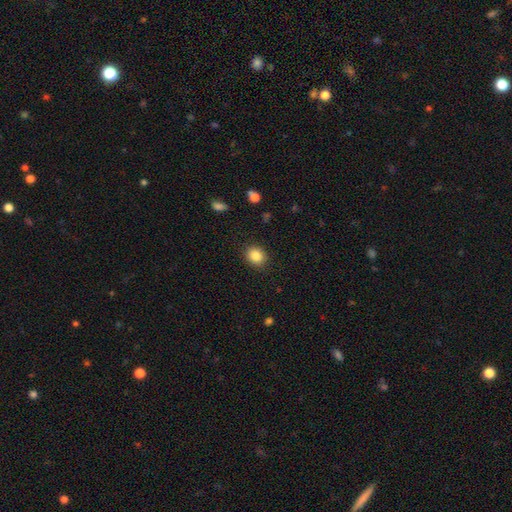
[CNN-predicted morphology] Smooth or featured? Predicted: smooth (p=0.86). How rounded? Predicted: round (p=0.69). Merging? Predicted: none (p=0.89).